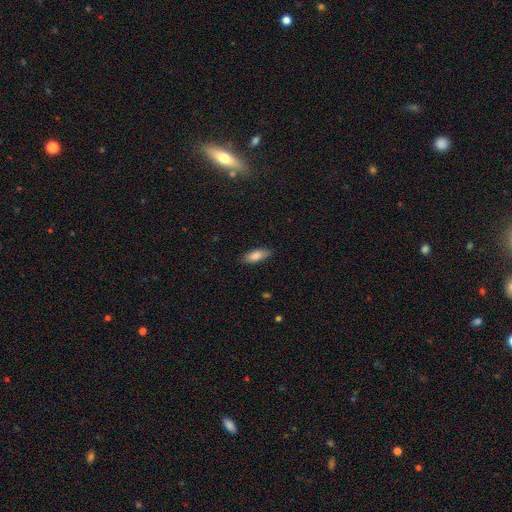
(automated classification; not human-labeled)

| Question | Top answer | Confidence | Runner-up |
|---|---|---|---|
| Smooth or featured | smooth | 82% | featured or disk (12%) |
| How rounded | in between | 75% | cigar-shaped (23%) |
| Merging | none | 86% | minor disturbance (11%) |